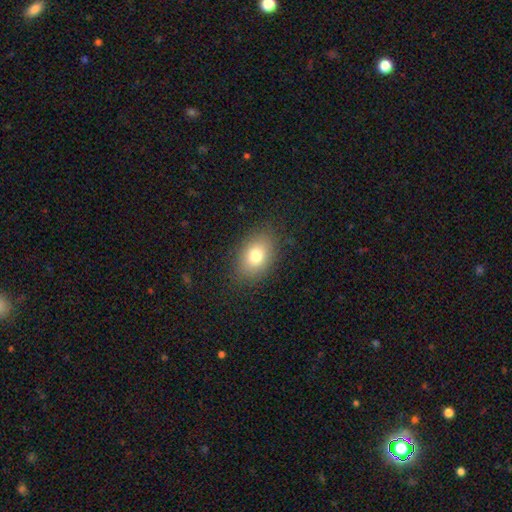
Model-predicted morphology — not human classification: Smooth or featured?
  - smooth: 79% *
  - featured or disk: 11%
  - star or artifact: 10%
How rounded?
  - in between: 78% *
  - round: 21%
  - cigar-shaped: 1%
Merging?
  - none: 84% *
  - minor disturbance: 11%
  - major disturbance: 4%
  - merger: 1%